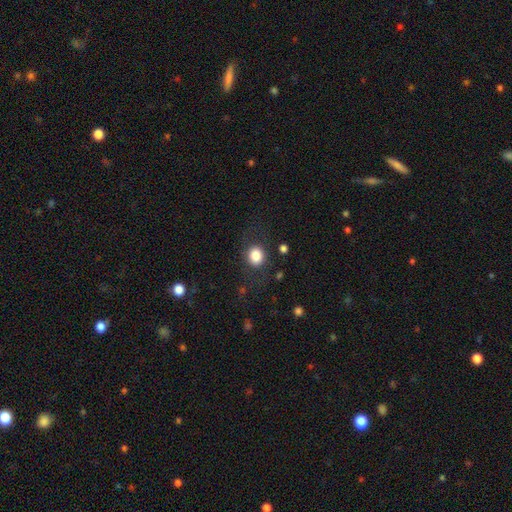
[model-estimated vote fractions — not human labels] Overall: smooth (83%). How rounded: round (66%; in between 33%). Merging: none (79%).